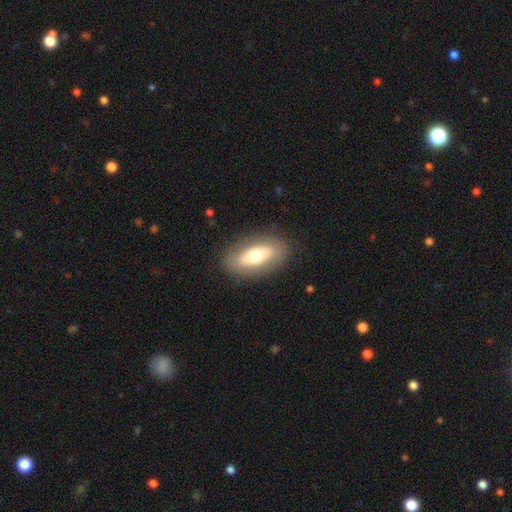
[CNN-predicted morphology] smooth 56%, featured or disk 38%, star or artifact 6%. Down the decision tree: how rounded — in between (89%); merging — none (84%).